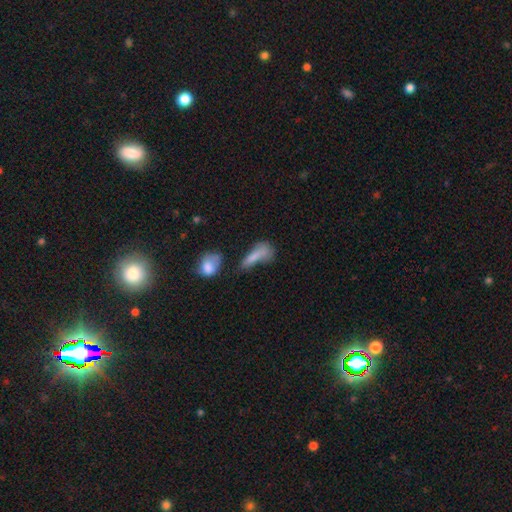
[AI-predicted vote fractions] Smooth or featured? Predicted: smooth (p=0.72). How rounded? Predicted: cigar-shaped (p=0.52). Merging? Predicted: none (p=0.32).